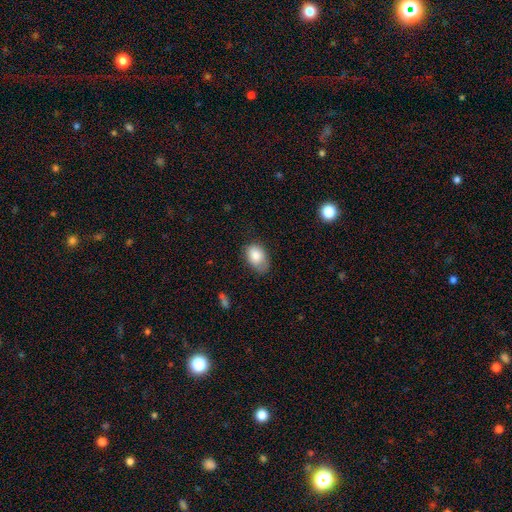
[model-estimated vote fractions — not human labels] Smooth or featured? smooth (81%)
How rounded? in between (83%)
Merging? none (55%)